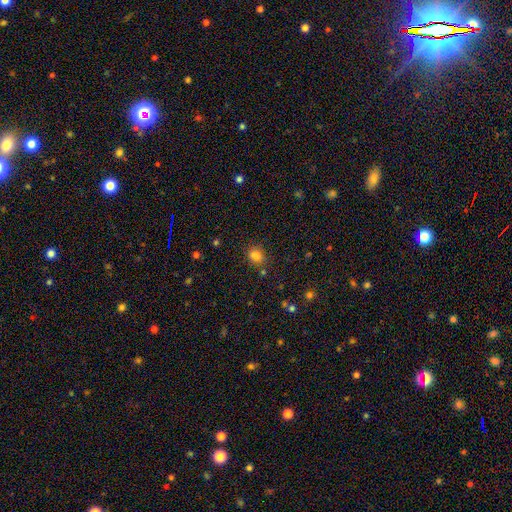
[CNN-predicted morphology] smooth_or_featured: smooth (p=0.75) [alt: star or artifact p=0.18]
how_rounded: round (p=0.61) [alt: in between p=0.37]
merging: none (p=0.70) [alt: minor disturbance p=0.13]